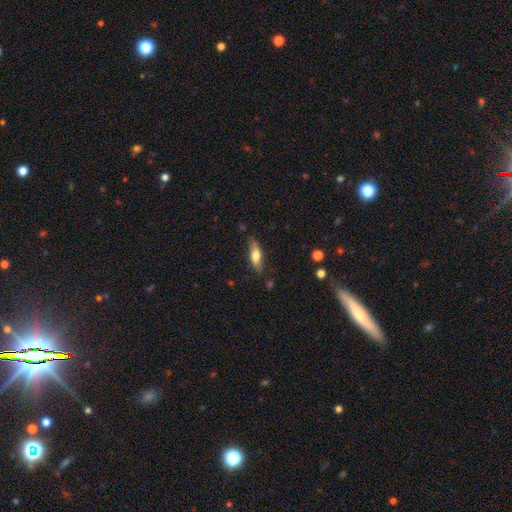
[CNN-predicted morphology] Q: Smooth or featured?
A: smooth (66%); runner-up: featured or disk (28%)
Q: How rounded?
A: in between (54%); runner-up: cigar-shaped (43%)
Q: Merging?
A: none (75%); runner-up: minor disturbance (19%)